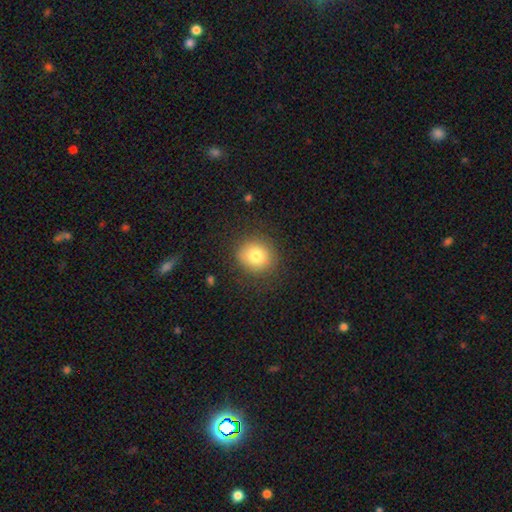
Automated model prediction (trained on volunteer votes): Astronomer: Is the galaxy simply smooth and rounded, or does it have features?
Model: smooth — 77%.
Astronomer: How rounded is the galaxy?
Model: round — 83%.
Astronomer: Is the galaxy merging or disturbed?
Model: none — 85%.